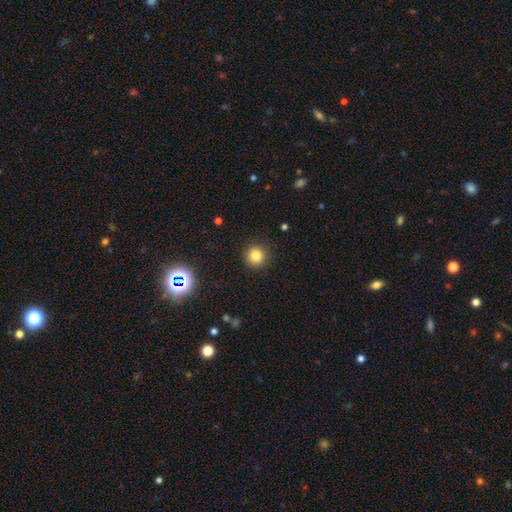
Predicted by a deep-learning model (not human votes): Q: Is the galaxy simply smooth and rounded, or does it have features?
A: smooth — 82%.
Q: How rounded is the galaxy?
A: round — 94%.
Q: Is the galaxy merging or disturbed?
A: none — 91%.